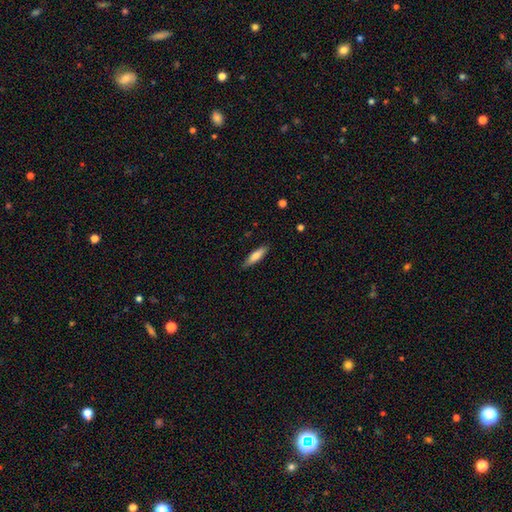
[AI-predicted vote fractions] Smooth or featured: smooth — 72% (featured or disk — 22%)
How rounded: cigar-shaped — 70% (in between — 29%)
Merging: none — 85% (minor disturbance — 11%)